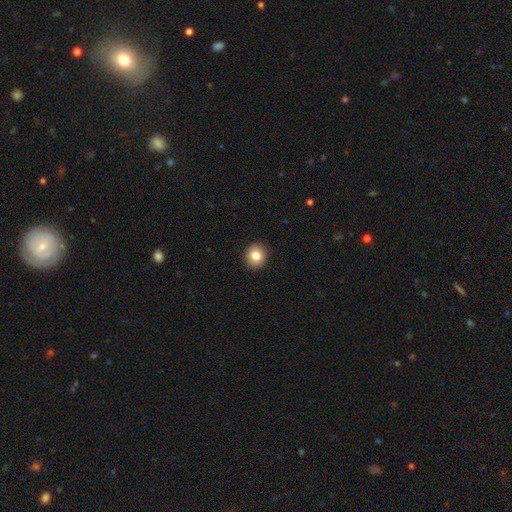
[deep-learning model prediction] This is clearly a smooth galaxy (83%). How rounded: clearly round (84%). Merging: clearly none (92%).